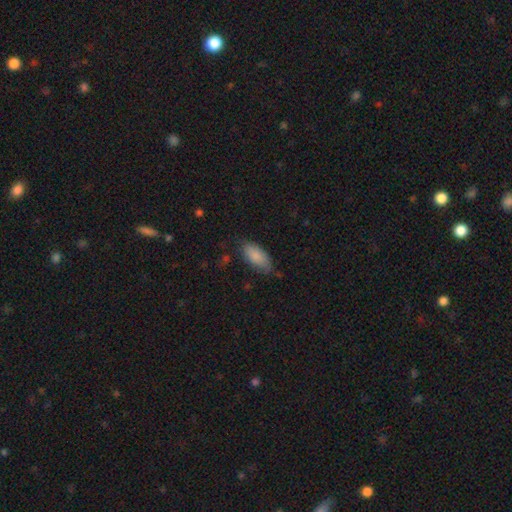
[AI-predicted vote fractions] smooth 85%, featured or disk 9%, star or artifact 6%. Down the decision tree: how rounded — in between (90%); merging — none (70%).